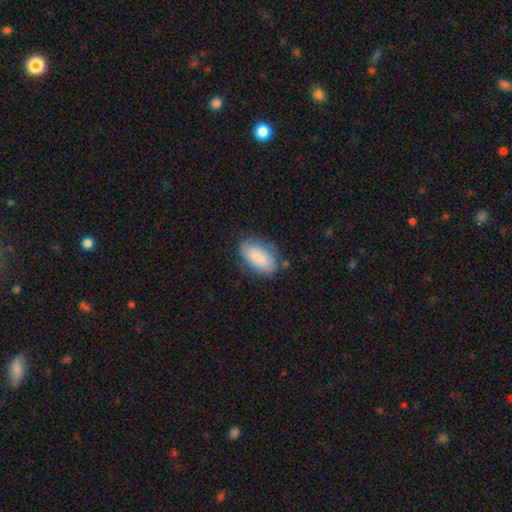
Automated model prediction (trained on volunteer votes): Smooth or featured? smooth (63%)
How rounded? in between (92%)
Merging? none (73%)